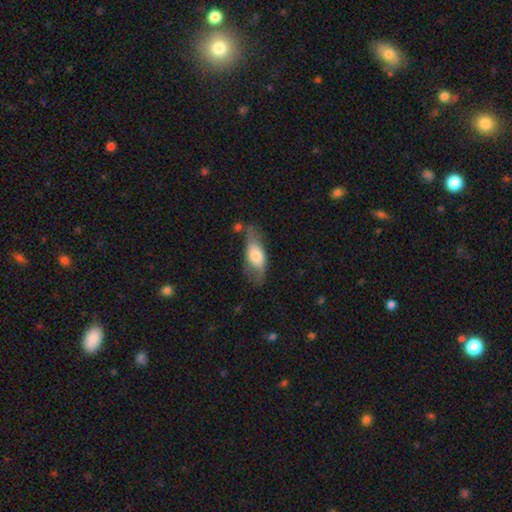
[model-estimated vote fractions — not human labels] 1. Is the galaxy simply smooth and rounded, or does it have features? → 60% smooth, 34% featured or disk, 6% star or artifact.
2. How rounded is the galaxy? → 79% in between, 17% cigar-shaped, 4% round.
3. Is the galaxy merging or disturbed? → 52% none, 28% minor disturbance, 14% major disturbance, 7% merger.